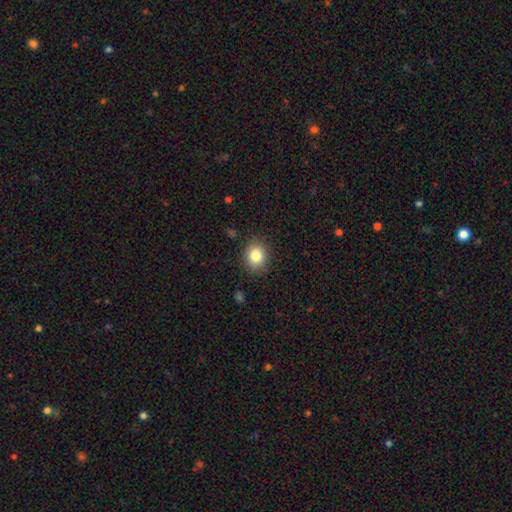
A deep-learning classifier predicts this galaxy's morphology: Overall: smooth (83%). How rounded: round (68%; in between 31%). Merging: none (87%).